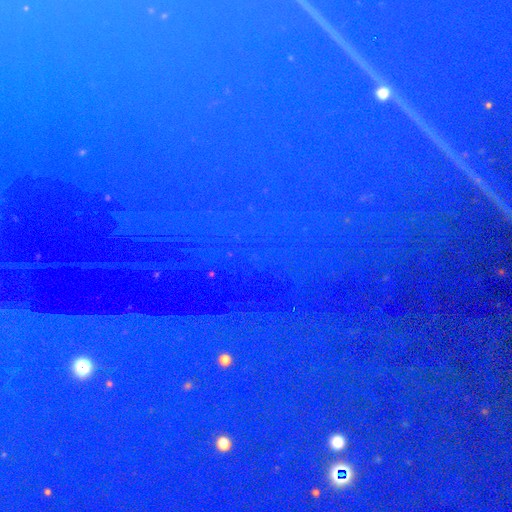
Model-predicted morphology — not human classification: Smooth or featured? Predicted: star or artifact (p=0.85).